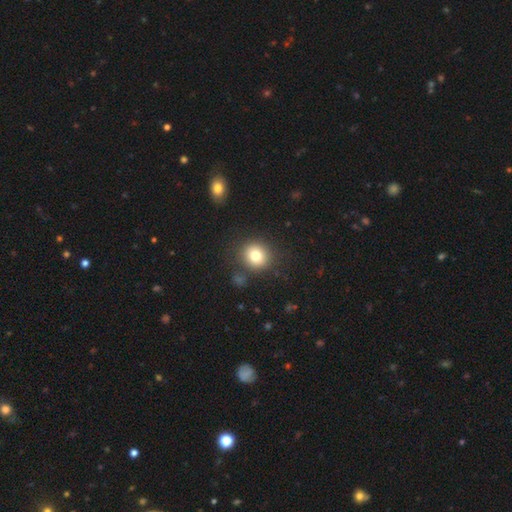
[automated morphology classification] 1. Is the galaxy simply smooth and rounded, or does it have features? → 78% smooth, 12% star or artifact, 10% featured or disk.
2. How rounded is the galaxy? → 85% round, 14% in between, 1% cigar-shaped.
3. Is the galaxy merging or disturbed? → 85% none, 9% minor disturbance, 4% major disturbance, 3% merger.